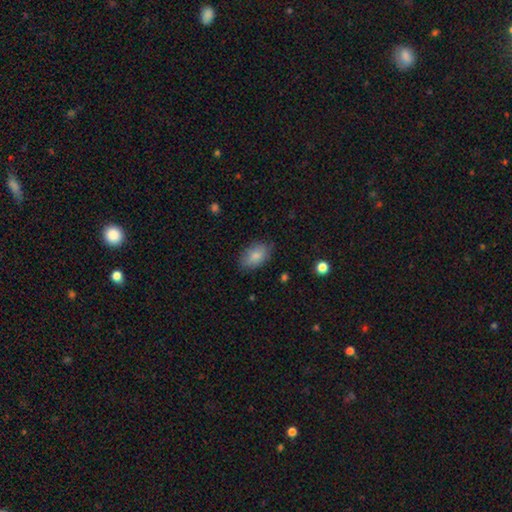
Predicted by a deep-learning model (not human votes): A smooth galaxy with no disk features (83%) that is in between round and cigar-shaped (91%).

Vote fractions:
- Smooth or featured? smooth: 83% / featured or disk: 10% / star or artifact: 7%
- How rounded? in between: 91% / round: 7% / cigar-shaped: 2%
- Merging? none: 78% / minor disturbance: 17% / major disturbance: 4% / merger: 1%